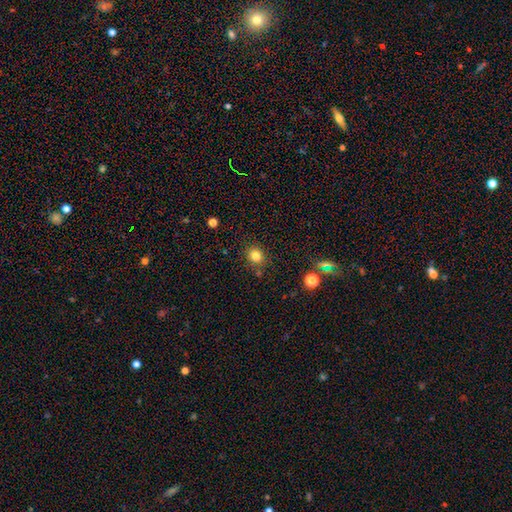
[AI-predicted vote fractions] smooth-or-featured: smooth: 80% | star or artifact: 14% | featured or disk: 6%
  how-rounded: round: 76% | in between: 23% | cigar-shaped: 1%
  merging: none: 82% | minor disturbance: 10% | merger: 4% | major disturbance: 3%